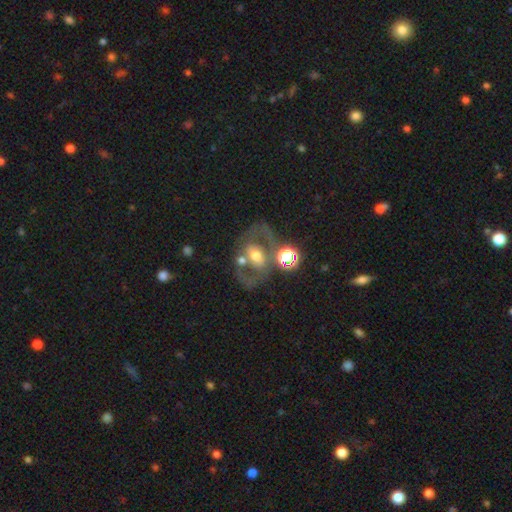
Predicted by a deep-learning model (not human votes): smooth-or-featured: featured or disk: 60% | smooth: 28% | star or artifact: 12%
  disk-edge-on: no: 94% | yes: 6%
    bar: no: 54% | weak: 28% | strong: 18%
    has-spiral-arms: no: 59% | yes: 41%
    bulge-size: moderate: 64% | small: 16% | large: 15% | dominant: 2% | none: 2%
  merging: none: 53% | merger: 18% | major disturbance: 14% | minor disturbance: 14%